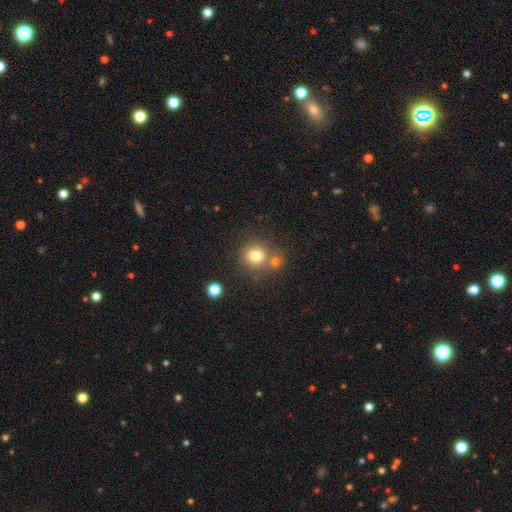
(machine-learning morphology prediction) This appears to be a smooth galaxy with no disk features (78%) that is round (89%). Merging: none (62%).